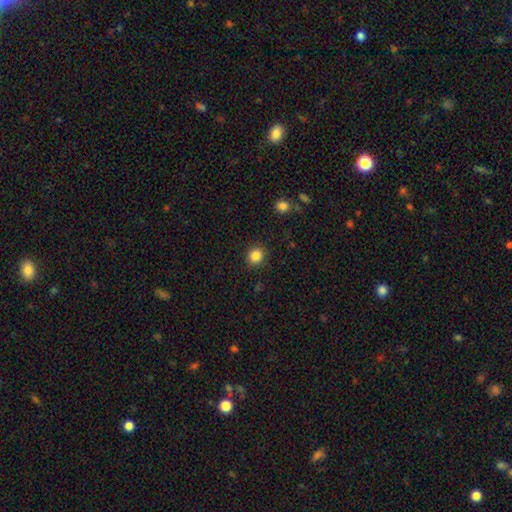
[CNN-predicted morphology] Smooth or featured: smooth — 85% (star or artifact — 10%)
How rounded: round — 73% (in between — 26%)
Merging: none — 89% (minor disturbance — 8%)